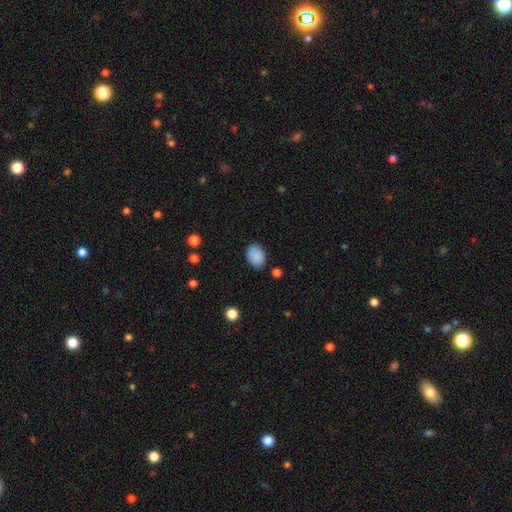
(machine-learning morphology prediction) smooth_or_featured: smooth (p=0.88) [alt: star or artifact p=0.07]
how_rounded: in between (p=0.80) [alt: round p=0.19]
merging: none (p=0.83) [alt: minor disturbance p=0.13]